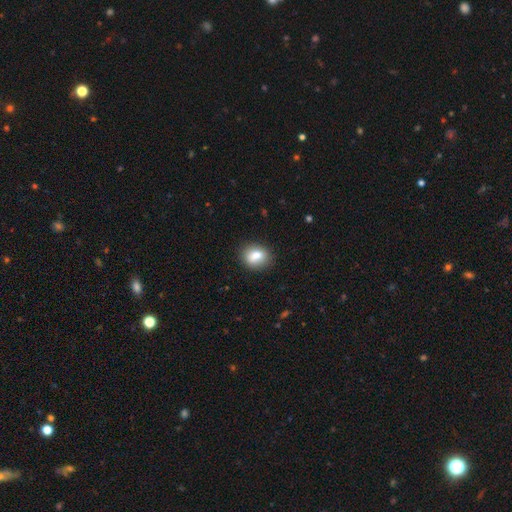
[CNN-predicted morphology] type=smooth (79%); roundness=in between (52%); merging=none (83%).